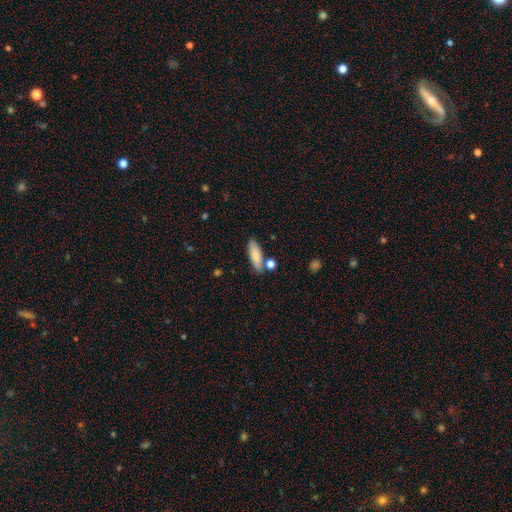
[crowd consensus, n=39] Smooth or featured: smooth — 87% (featured or disk — 10%)
How rounded: in between — 50% (cigar-shaped — 47%)
Merging: none — 79% (merger — 11%)